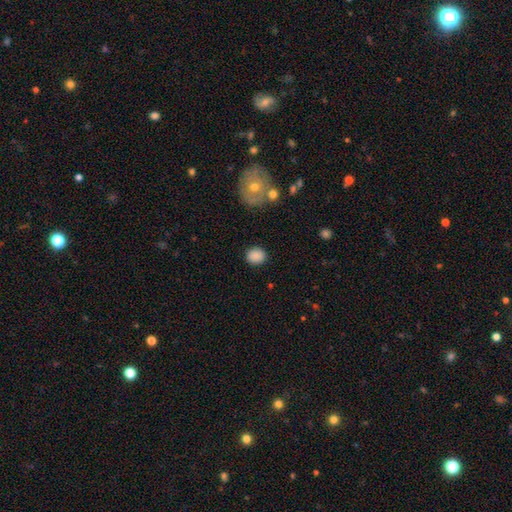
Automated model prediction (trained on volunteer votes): Overall: smooth (87%). How rounded: round (75%). Merging: none (87%).